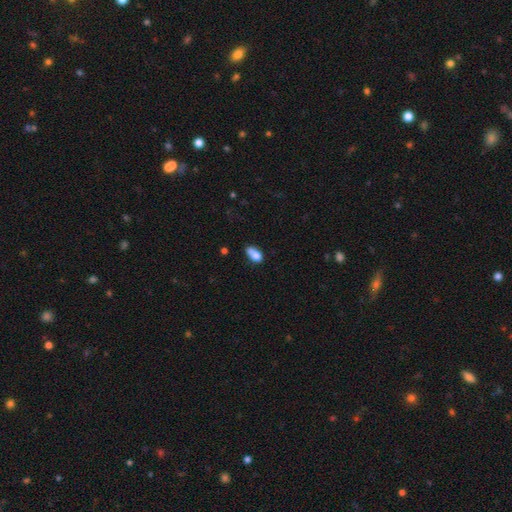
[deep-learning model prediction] smooth 73%, featured or disk 17%, star or artifact 10%. Down the decision tree: how rounded — in between (78%); merging — merger (41%).